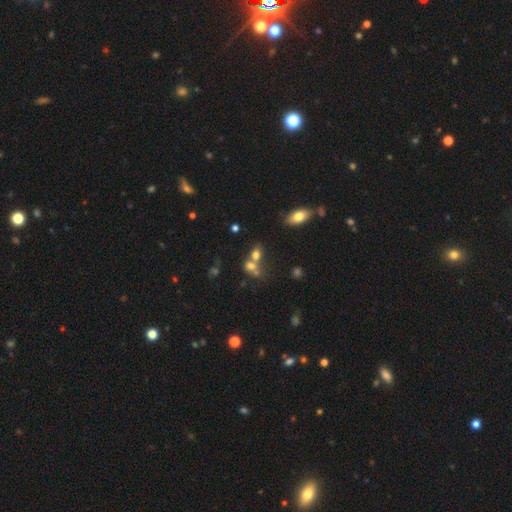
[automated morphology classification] The model was most divided on "how rounded": in between: 53%, round: 45%, cigar-shaped: 3%. More confident: smooth or featured — smooth (67%); merging — merger (58%).